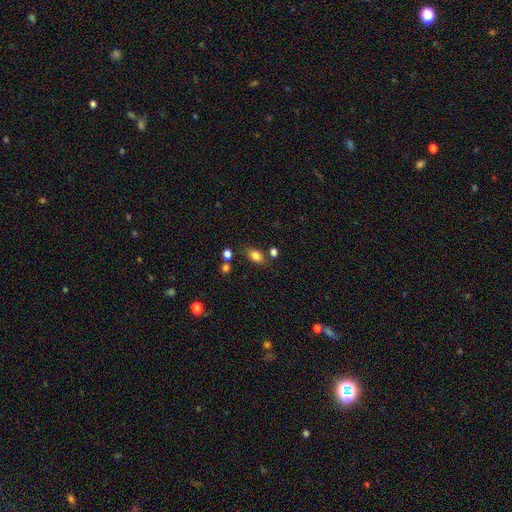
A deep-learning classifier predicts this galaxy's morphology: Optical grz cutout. It shows a smooth galaxy with no disk features (81%) that is in between round and cigar-shaped (83%). Merging: none (72%).